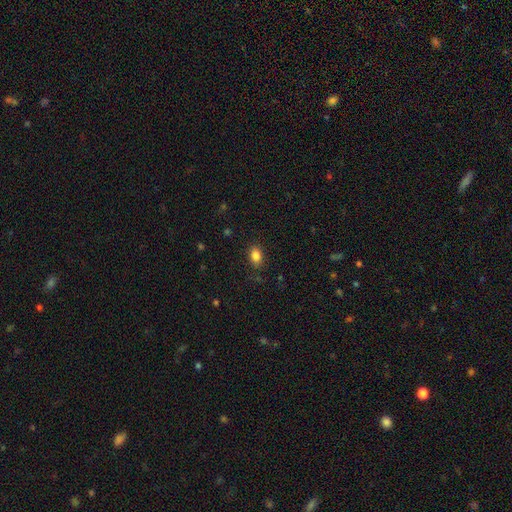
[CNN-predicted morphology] smooth 85%, star or artifact 10%, featured or disk 5%. Down the decision tree: how rounded — in between (81%); merging — none (85%).